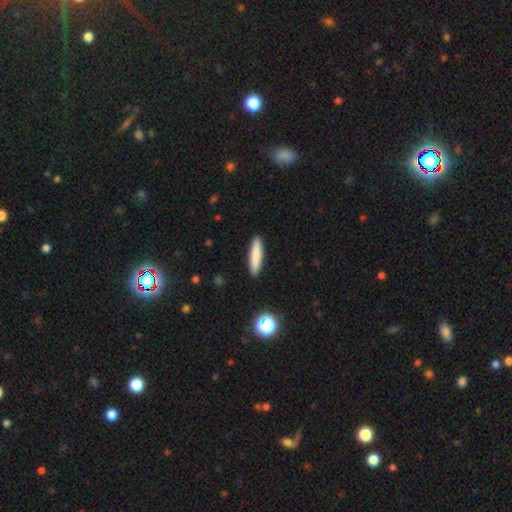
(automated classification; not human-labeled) The model was most divided on "how rounded": cigar-shaped: 84%, in between: 15%, round: 1%. More confident: merging — none (92%); smooth or featured — smooth (82%).